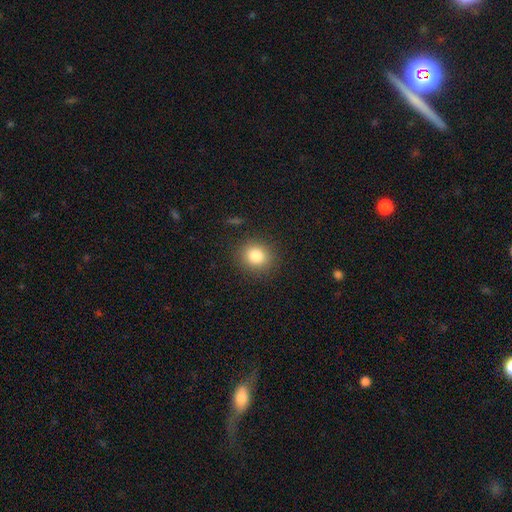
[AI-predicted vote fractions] Smooth or featured: smooth — 82% (star or artifact — 11%)
How rounded: round — 82% (in between — 17%)
Merging: none — 89% (minor disturbance — 7%)